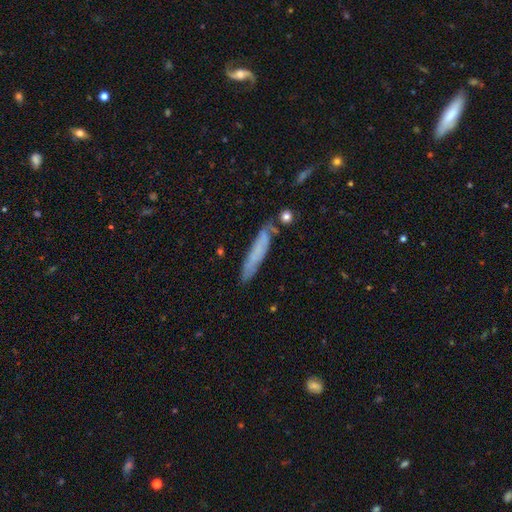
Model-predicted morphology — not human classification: Smooth or featured? Predicted: smooth (p=0.60). How rounded? Predicted: cigar-shaped (p=0.93). Merging? Predicted: none (p=0.82).